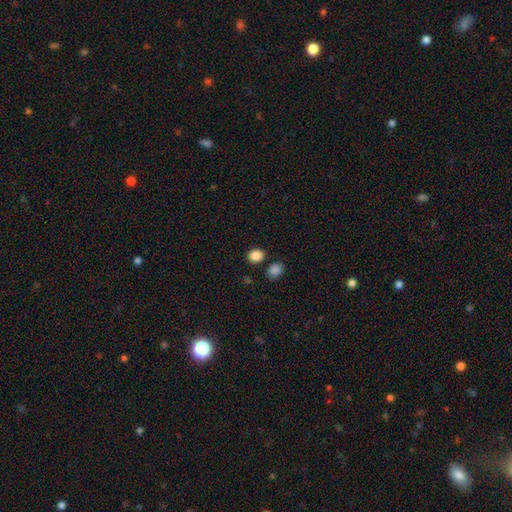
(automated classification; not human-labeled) Morphology: type=smooth (87%); roundness=round (65%); merging=none (83%).